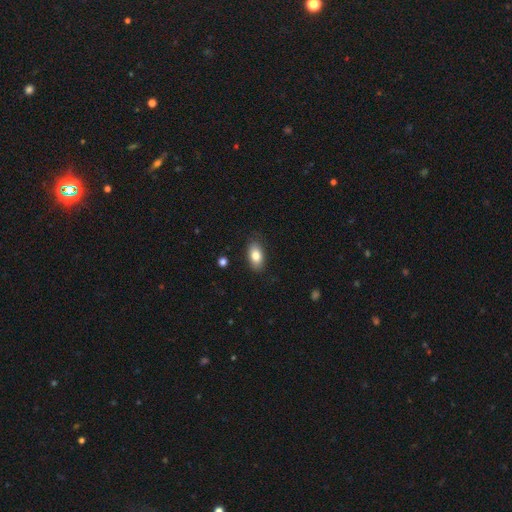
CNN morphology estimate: This is clearly a smooth galaxy (82%). How rounded: clearly in between (91%). Merging: clearly none (84%).